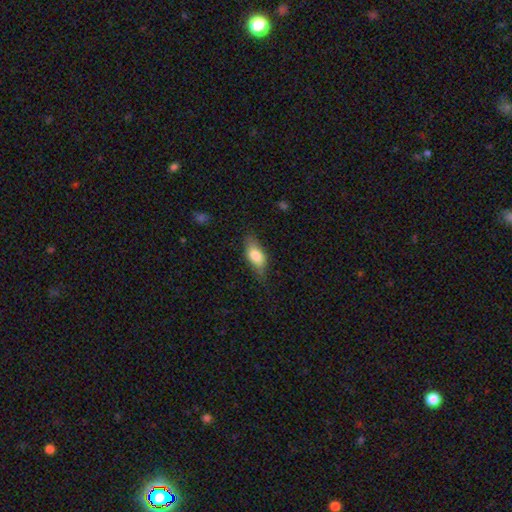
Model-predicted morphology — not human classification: A smooth galaxy with no disk features (76%) that is in between round and cigar-shaped (83%). Merging: none (67%).